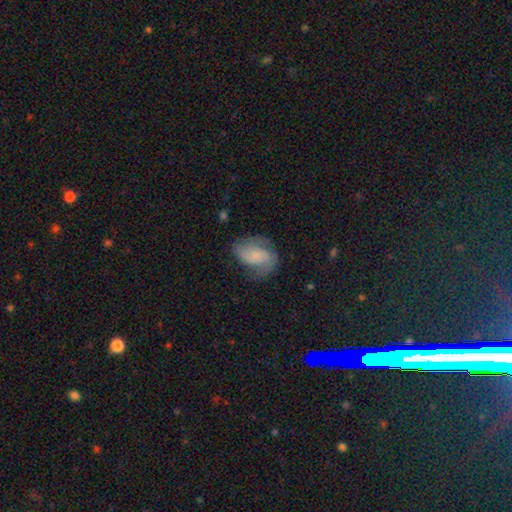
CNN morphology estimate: This is likely a featured or disk galaxy (64%). It is clearly not viewed edge-on (97%). Bar: likely no (61%). Spiral arm pattern: clearly yes (91%). Spiral arm count: likely 2 (78%). Spiral winding: possibly medium (45%). Central bulge: possibly small (46%). Merging: possibly none (57%).